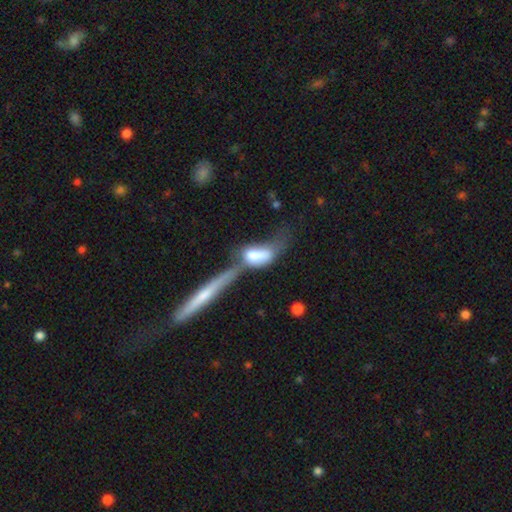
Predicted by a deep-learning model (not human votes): This appears to be a smooth galaxy with no disk features (63%) that is in between round and cigar-shaped (75%). Merging: merger (50%).